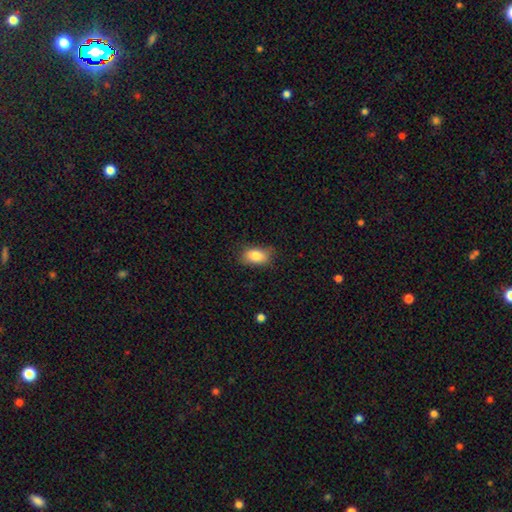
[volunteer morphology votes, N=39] This is clearly a smooth galaxy (85%). How rounded: clearly in between (91%). Merging: likely none (69%).